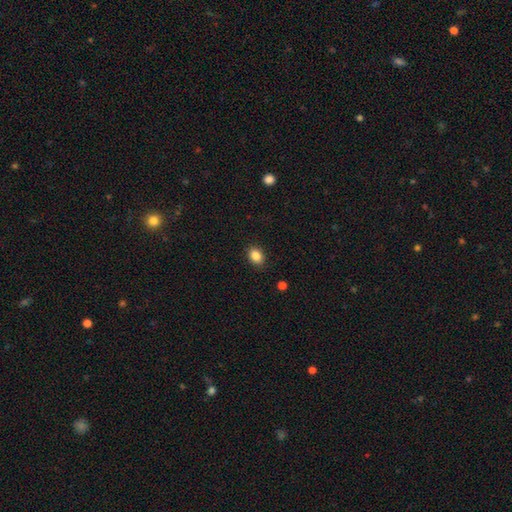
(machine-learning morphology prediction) Q: Smooth or featured?
A: smooth (87%); runner-up: star or artifact (9%)
Q: How rounded?
A: in between (66%); runner-up: round (34%)
Q: Merging?
A: none (88%); runner-up: minor disturbance (8%)